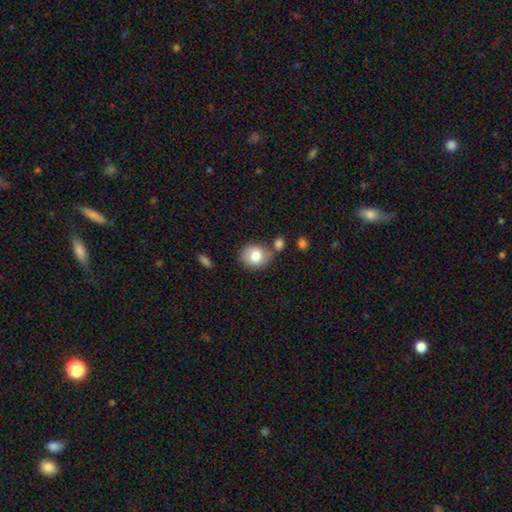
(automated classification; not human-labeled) smooth_or_featured: smooth (p=0.78) [alt: featured or disk p=0.14]
how_rounded: round (p=0.70) [alt: in between p=0.29]
merging: none (p=0.67) [alt: minor disturbance p=0.16]